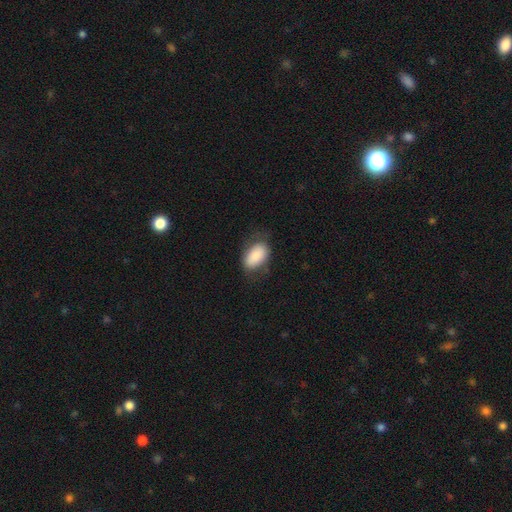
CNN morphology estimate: A smooth galaxy with no disk features (78%) that is in between round and cigar-shaped (91%).

Vote fractions:
- Smooth or featured? smooth: 78% / featured or disk: 15% / star or artifact: 7%
- How rounded? in between: 91% / round: 8% / cigar-shaped: 1%
- Merging? none: 67% / minor disturbance: 22% / major disturbance: 9% / merger: 1%